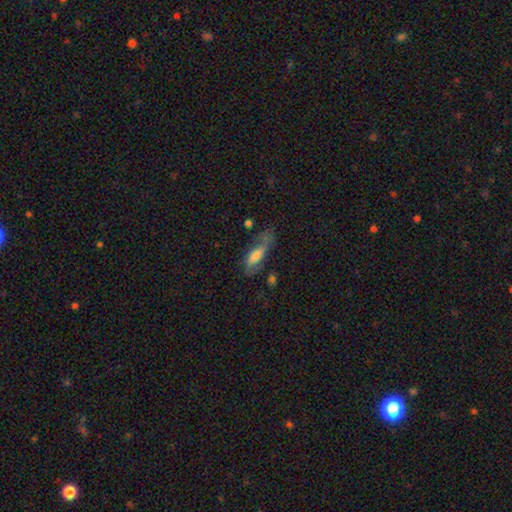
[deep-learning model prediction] Overall: smooth (57%; featured or disk 34%). How rounded: in between (66%; cigar-shaped 31%). Merging: none (38%; major disturbance 28%).